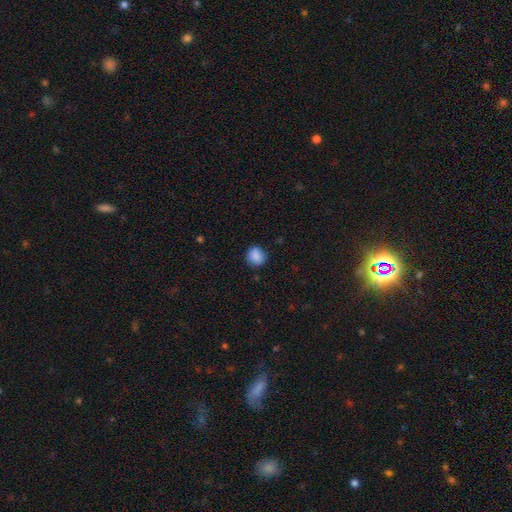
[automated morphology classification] smooth-or-featured: smooth: 87% | star or artifact: 8% | featured or disk: 4%
  how-rounded: round: 79% | in between: 20% | cigar-shaped: 1%
  merging: none: 80% | minor disturbance: 15% | major disturbance: 3% | merger: 1%